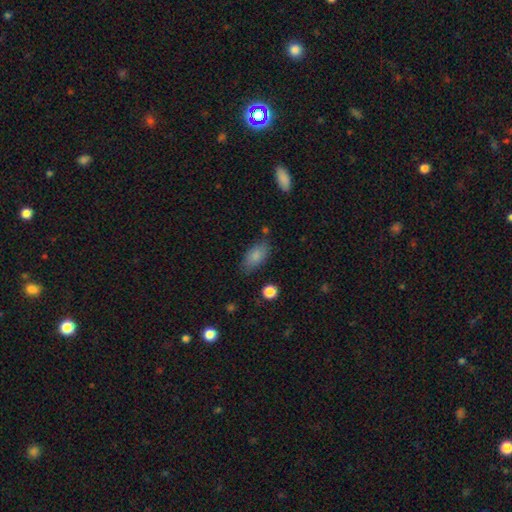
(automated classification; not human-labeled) smooth_or_featured: smooth (p=0.84) [alt: featured or disk p=0.08]
how_rounded: in between (p=0.90) [alt: cigar-shaped p=0.06]
merging: none (p=0.74) [alt: minor disturbance p=0.18]